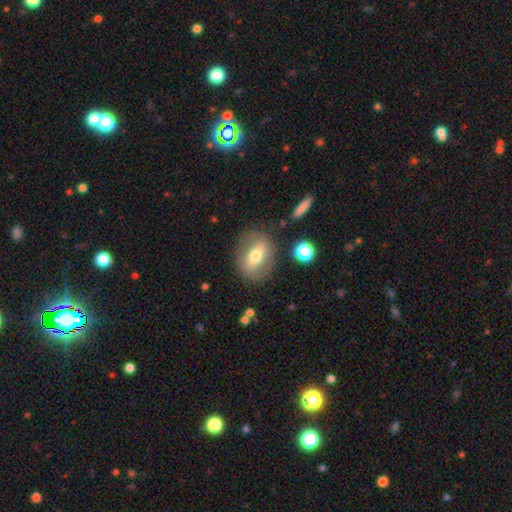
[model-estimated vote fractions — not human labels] Smooth or featured? Predicted: smooth (p=0.54). How rounded? Predicted: in between (p=0.57). Merging? Predicted: none (p=0.78).